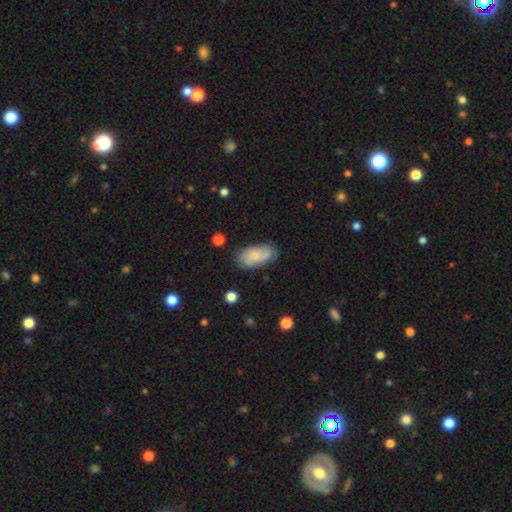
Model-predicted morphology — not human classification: smooth-or-featured: smooth: 60% | featured or disk: 33% | star or artifact: 8%
  how-rounded: in between: 89% | cigar-shaped: 8% | round: 3%
  merging: none: 71% | minor disturbance: 20% | major disturbance: 6% | merger: 3%